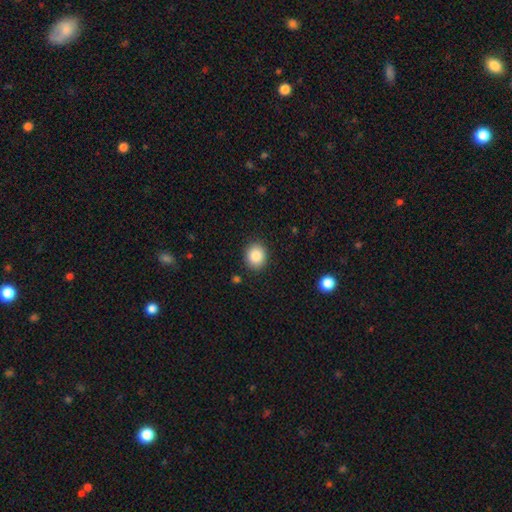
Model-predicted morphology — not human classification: The model was most divided on "how rounded": round: 72%, in between: 27%, cigar-shaped: 1%. More confident: merging — none (89%); smooth or featured — smooth (88%).